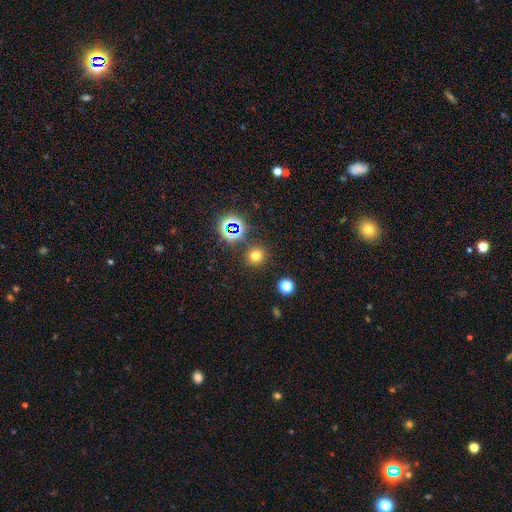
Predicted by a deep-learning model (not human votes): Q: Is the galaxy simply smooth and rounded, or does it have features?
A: smooth — 70%.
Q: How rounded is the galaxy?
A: round — 90%.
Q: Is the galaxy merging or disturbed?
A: none — 86%.